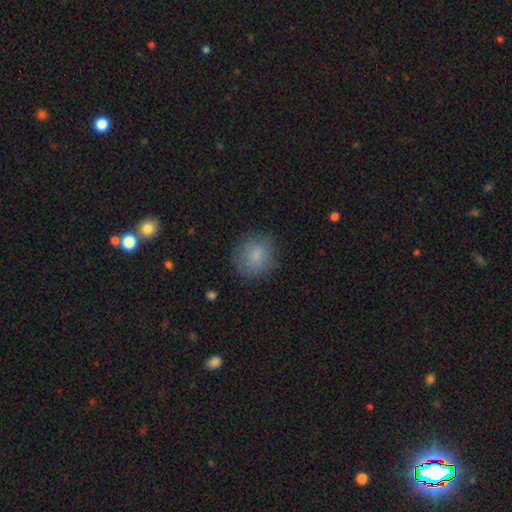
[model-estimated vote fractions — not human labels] A smooth galaxy with no disk features (82%) that is round (86%). Merging: none (81%).